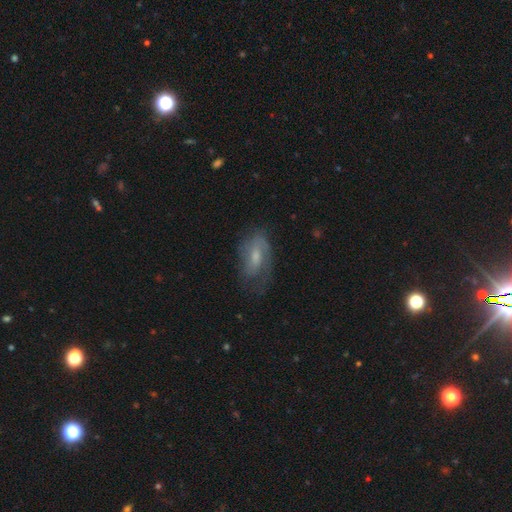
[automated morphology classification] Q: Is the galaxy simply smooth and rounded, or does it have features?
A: featured or disk — 59%.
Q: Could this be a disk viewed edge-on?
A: no — 93%.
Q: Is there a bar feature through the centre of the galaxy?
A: weak — 46%.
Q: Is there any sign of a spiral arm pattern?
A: yes — 81%.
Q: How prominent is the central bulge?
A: moderate — 49%.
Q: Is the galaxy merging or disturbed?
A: none — 59%.